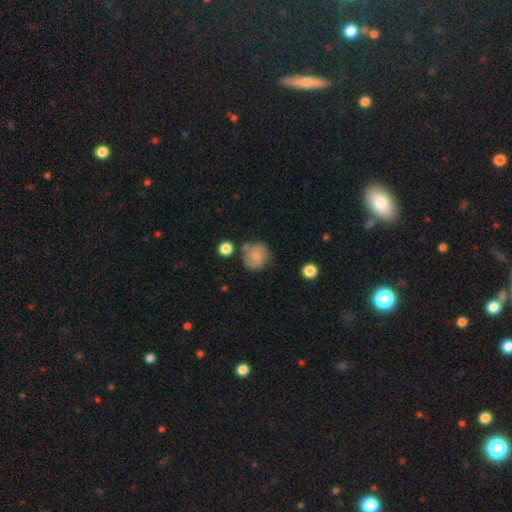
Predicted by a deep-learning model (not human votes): Smooth or featured: smooth — 60% (featured or disk — 31%)
How rounded: round — 81% (in between — 18%)
Merging: none — 62% (minor disturbance — 21%)